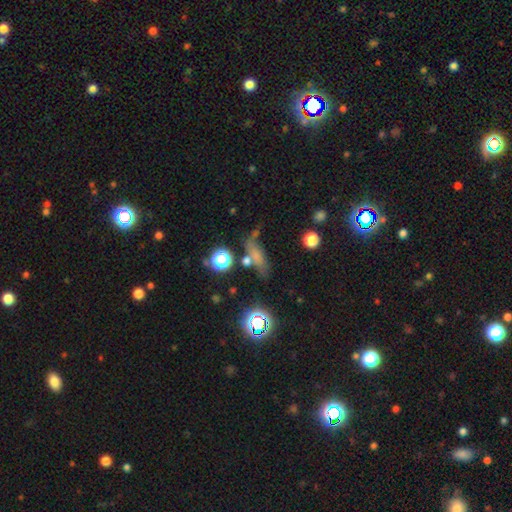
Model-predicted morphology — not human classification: Smooth or featured: smooth — 54% (featured or disk — 25%)
How rounded: in between — 44% (cigar-shaped — 42%)
Merging: none — 48% (minor disturbance — 24%)